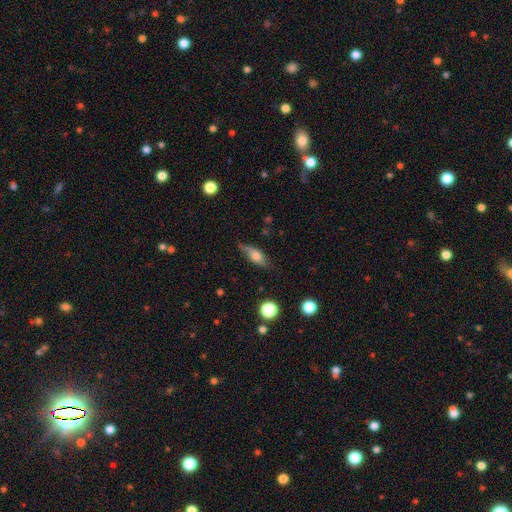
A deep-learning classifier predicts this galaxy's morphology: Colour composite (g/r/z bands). It shows a smooth galaxy with no disk features (62%) that is in between round and cigar-shaped (70%). Merging: none (63%).